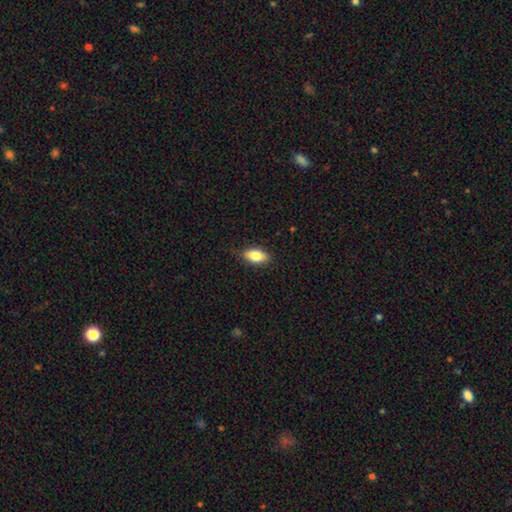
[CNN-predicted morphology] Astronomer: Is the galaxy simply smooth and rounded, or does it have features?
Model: smooth — 82%.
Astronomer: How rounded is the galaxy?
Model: in between — 89%.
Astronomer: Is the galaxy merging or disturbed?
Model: none — 85%.